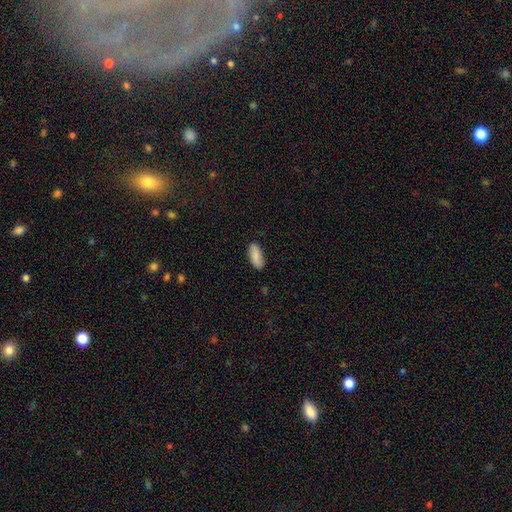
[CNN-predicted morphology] Smooth or featured? smooth (86%)
How rounded? in between (83%)
Merging? none (86%)